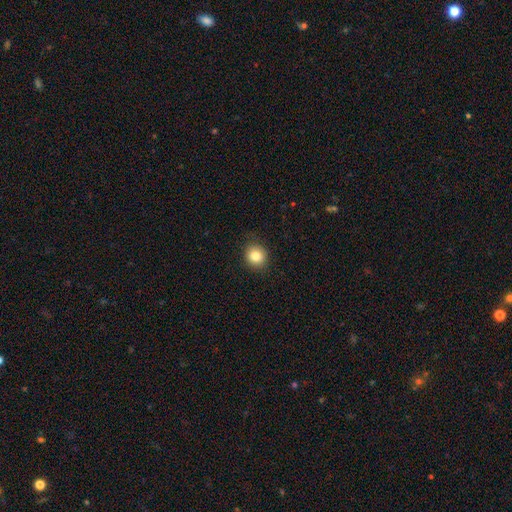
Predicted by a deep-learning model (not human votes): Smooth or featured? smooth (82%)
How rounded? round (83%)
Merging? none (88%)